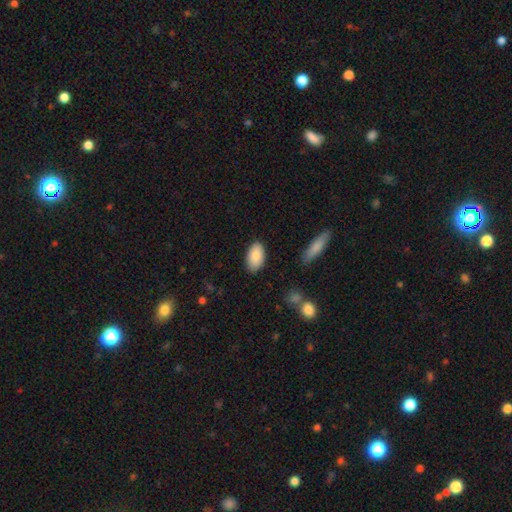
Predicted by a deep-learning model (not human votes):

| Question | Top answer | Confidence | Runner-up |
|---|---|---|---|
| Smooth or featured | smooth | 89% | star or artifact (6%) |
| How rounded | in between | 95% | round (3%) |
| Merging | none | 86% | minor disturbance (10%) |